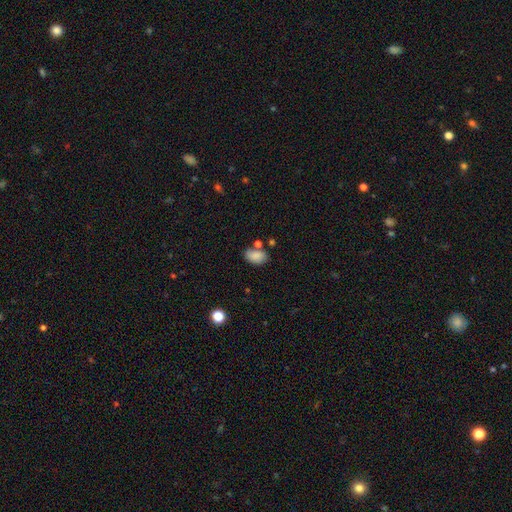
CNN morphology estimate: smooth_or_featured: smooth (p=0.84) [alt: star or artifact p=0.09]
how_rounded: in between (p=0.89) [alt: round p=0.10]
merging: none (p=0.63) [alt: minor disturbance p=0.18]